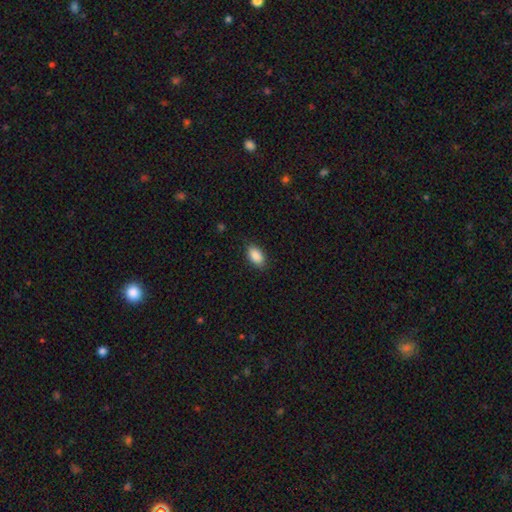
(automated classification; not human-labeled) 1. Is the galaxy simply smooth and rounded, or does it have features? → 89% smooth, 7% star or artifact, 4% featured or disk.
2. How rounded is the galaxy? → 93% in between, 5% round, 2% cigar-shaped.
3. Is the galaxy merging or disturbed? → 86% none, 11% minor disturbance, 3% major disturbance, 1% merger.